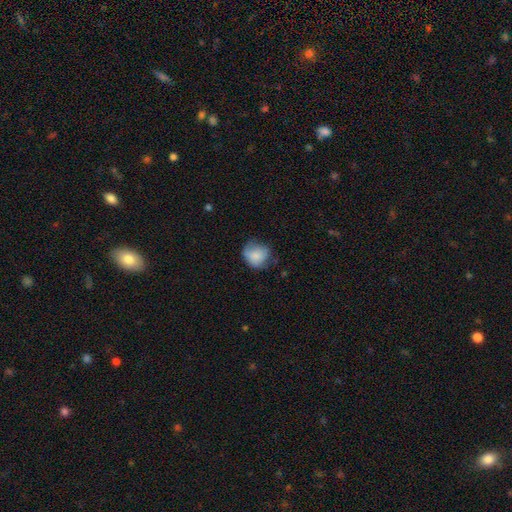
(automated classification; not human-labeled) The model was most divided on "merging": none: 52%, minor disturbance: 34%, major disturbance: 12%, merger: 2%. More confident: smooth or featured — smooth (80%); how rounded — round (73%).